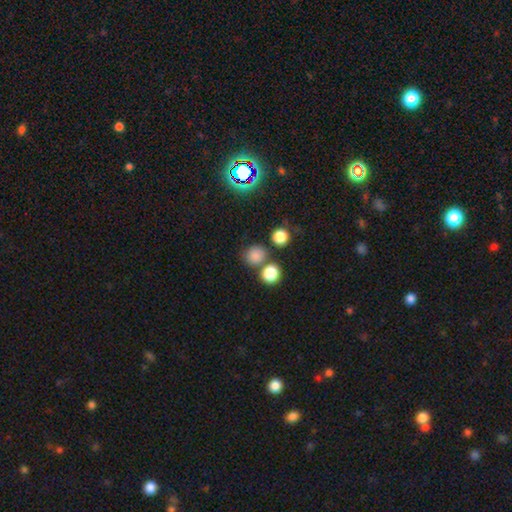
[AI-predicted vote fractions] smooth_or_featured: smooth (p=0.80) [alt: star or artifact p=0.15]
how_rounded: round (p=0.83) [alt: in between p=0.16]
merging: none (p=0.68) [alt: merger p=0.18]